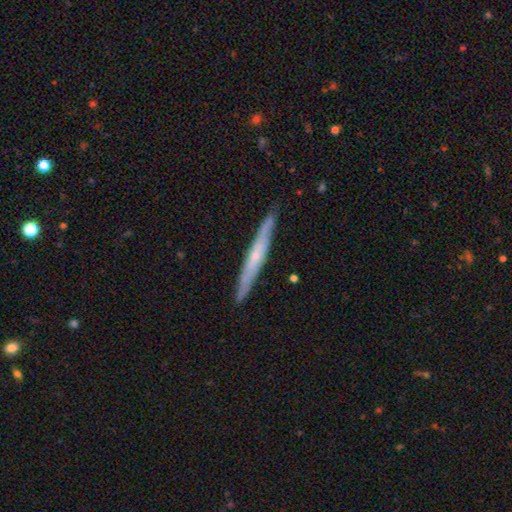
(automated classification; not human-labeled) Smooth or featured? featured or disk (57%)
Edge-on disk? yes (92%)
Edge-on bulge? none (58%)
Merging? none (89%)